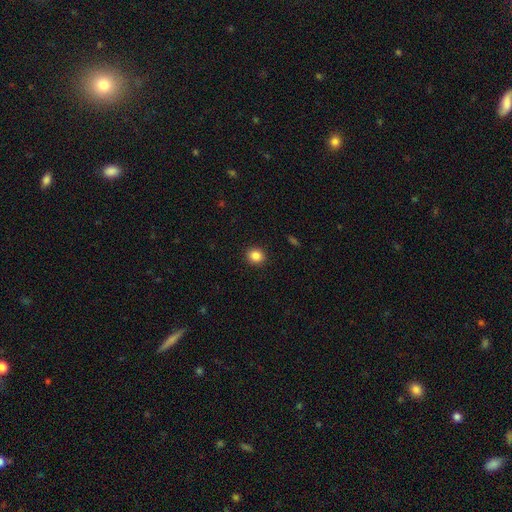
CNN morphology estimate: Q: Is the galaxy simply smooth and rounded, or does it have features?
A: smooth — 84%.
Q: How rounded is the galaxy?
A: round — 79%.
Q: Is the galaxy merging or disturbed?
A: none — 92%.